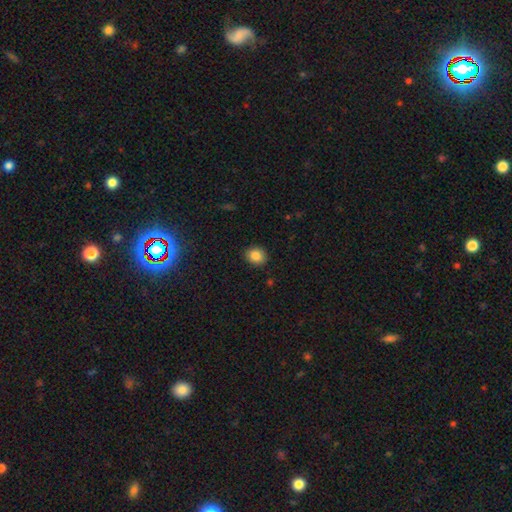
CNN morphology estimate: Smooth or featured? Predicted: smooth (p=0.85). How rounded? Predicted: round (p=0.60). Merging? Predicted: none (p=0.89).